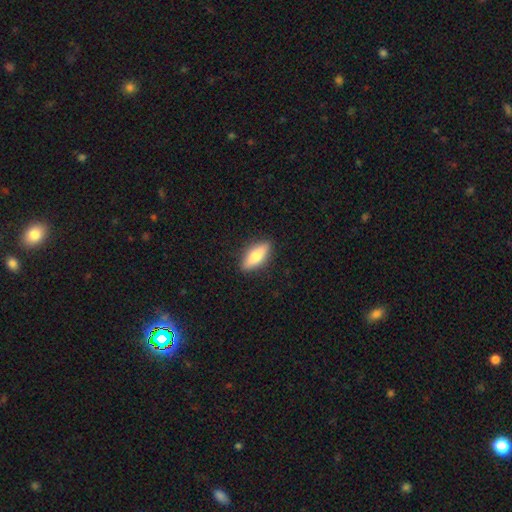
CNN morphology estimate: The model was most divided on "how rounded": in between: 64%, cigar-shaped: 33%, round: 3%. More confident: merging — none (88%); smooth or featured — smooth (68%).